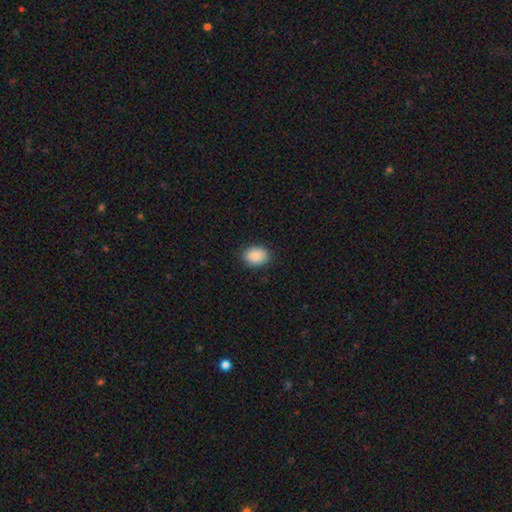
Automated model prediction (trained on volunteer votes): Smooth or featured: smooth — 90% (star or artifact — 7%)
How rounded: in between — 66% (round — 33%)
Merging: none — 89% (minor disturbance — 8%)